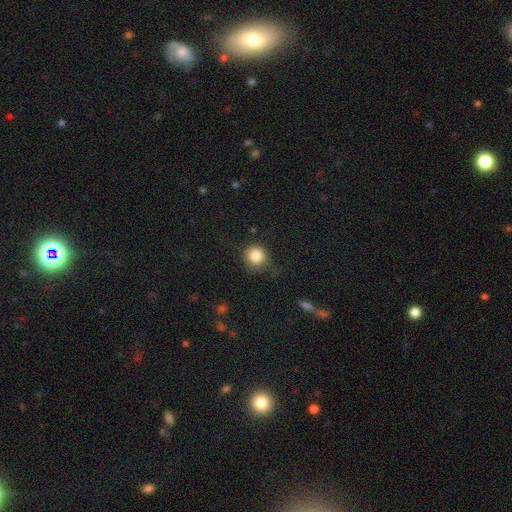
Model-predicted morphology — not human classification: The model was most divided on "merging": none: 70%, minor disturbance: 21%, major disturbance: 8%, merger: 2%. More confident: how rounded — round (91%); smooth or featured — smooth (84%).